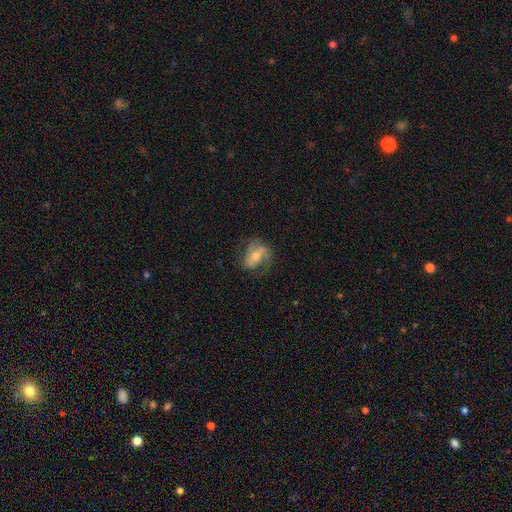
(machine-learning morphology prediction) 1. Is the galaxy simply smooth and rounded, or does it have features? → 68% featured or disk, 24% smooth, 8% star or artifact.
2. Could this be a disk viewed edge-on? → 95% no, 5% yes.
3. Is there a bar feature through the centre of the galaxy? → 37% weak, 34% strong, 29% no.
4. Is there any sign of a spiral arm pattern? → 87% yes, 13% no.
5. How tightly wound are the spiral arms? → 43% medium, 37% loose, 20% tight.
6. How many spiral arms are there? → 68% 2, 16% 1, 10% can't tell, 3% 3, 1% 4, 1% more than 4.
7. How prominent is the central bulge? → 53% moderate, 38% small, 5% large, 3% none, 1% dominant.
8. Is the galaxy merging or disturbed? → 62% none, 21% minor disturbance, 16% major disturbance, 2% merger.